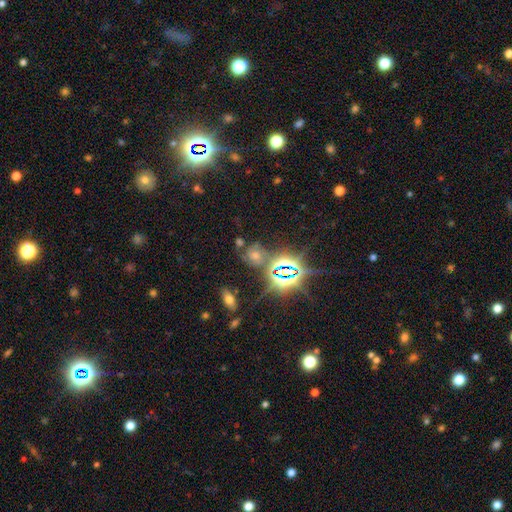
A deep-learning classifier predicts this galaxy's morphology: Smooth or featured? star or artifact (69%)